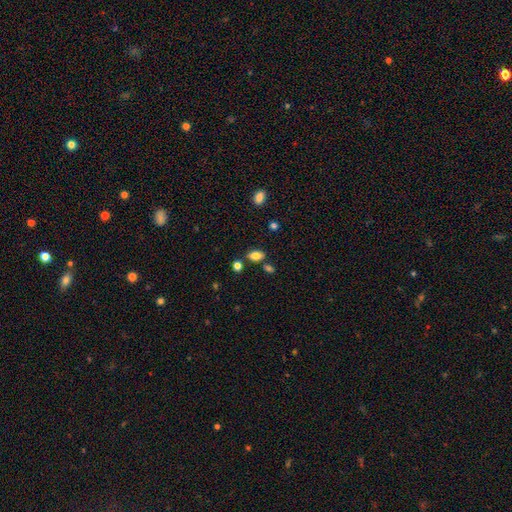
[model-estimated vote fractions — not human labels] smooth_or_featured: smooth (p=0.81) [alt: star or artifact p=0.10]
how_rounded: in between (p=0.88) [alt: round p=0.09]
merging: none (p=0.74) [alt: minor disturbance p=0.12]